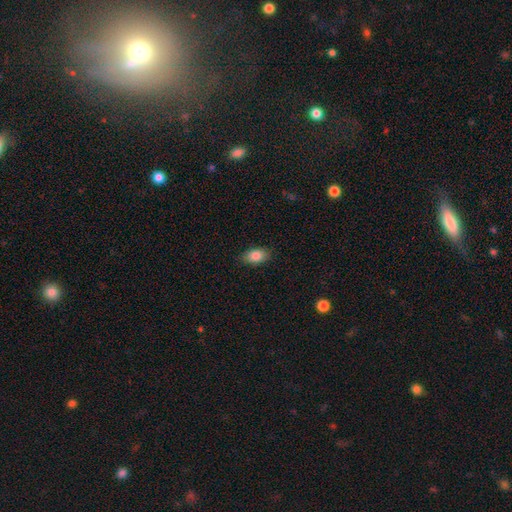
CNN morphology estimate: smooth-or-featured: smooth: 86% | star or artifact: 8% | featured or disk: 7%
  how-rounded: in between: 89% | round: 9% | cigar-shaped: 2%
  merging: none: 86% | minor disturbance: 11% | major disturbance: 2% | merger: 1%